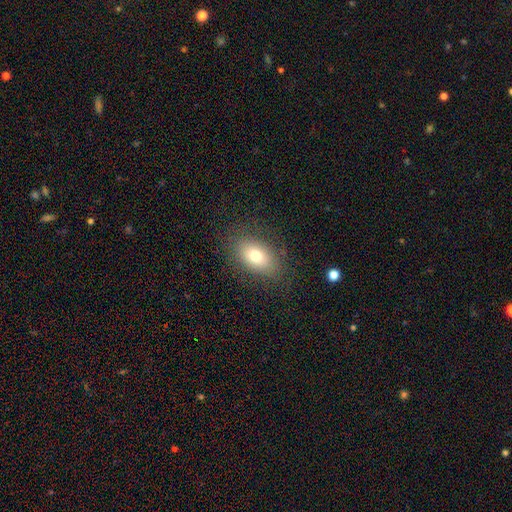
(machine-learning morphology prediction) Smooth or featured? Predicted: smooth (p=0.74). How rounded? Predicted: in between (p=0.86). Merging? Predicted: none (p=0.82).